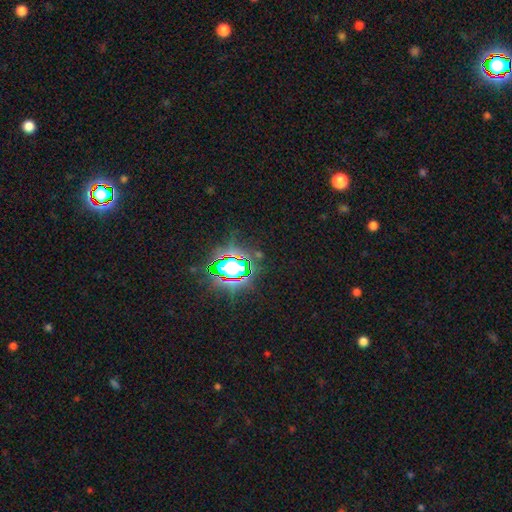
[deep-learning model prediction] Smooth or featured? Predicted: star or artifact (p=0.79).